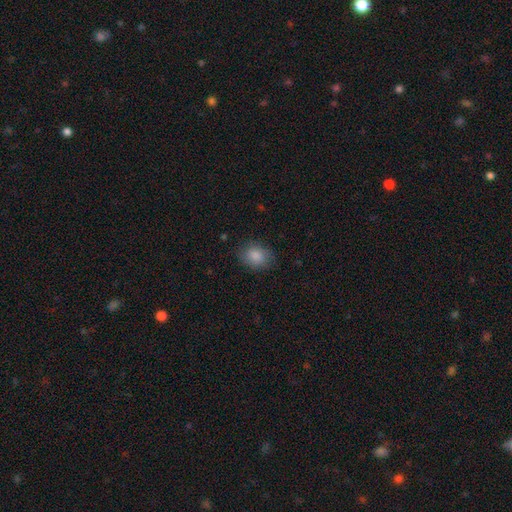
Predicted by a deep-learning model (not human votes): Smooth or featured: smooth — 87% (star or artifact — 8%)
How rounded: in between — 57% (round — 42%)
Merging: none — 80% (minor disturbance — 15%)